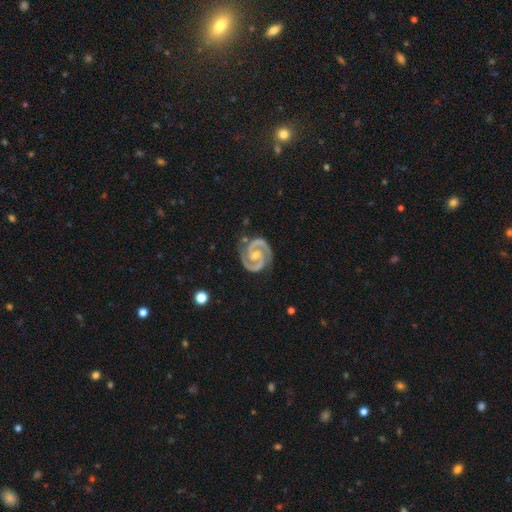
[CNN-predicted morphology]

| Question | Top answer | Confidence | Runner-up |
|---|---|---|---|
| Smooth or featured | featured or disk | 94% | star or artifact (4%) |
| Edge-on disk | no | 98% | yes (2%) |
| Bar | no | 49% | weak (35%) |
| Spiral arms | yes | 99% | no (1%) |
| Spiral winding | tight | 57% | medium (40%) |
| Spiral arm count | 2 | 94% | 3 (2%) |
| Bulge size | moderate | 48% | small (46%) |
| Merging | none | 83% | minor disturbance (13%) |